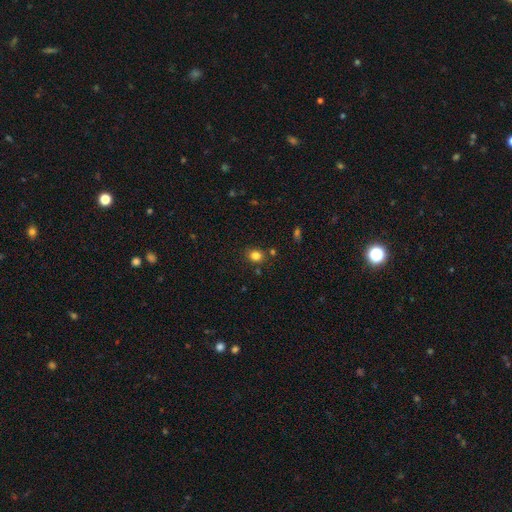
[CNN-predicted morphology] Smooth or featured? smooth (82%)
How rounded? round (66%)
Merging? none (82%)